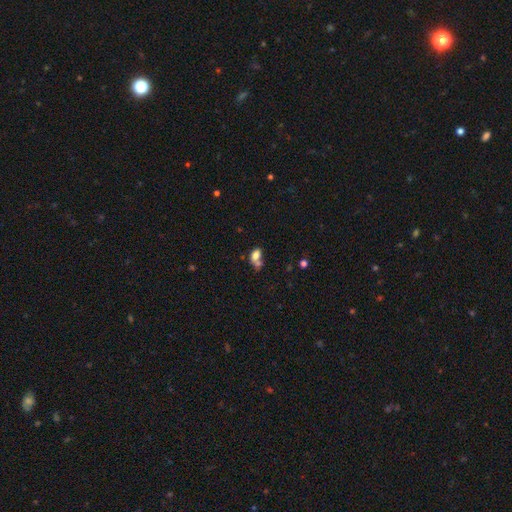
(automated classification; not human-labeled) A smooth galaxy with no disk features (76%) that is in between round and cigar-shaped (82%). Merging: merger (51%).